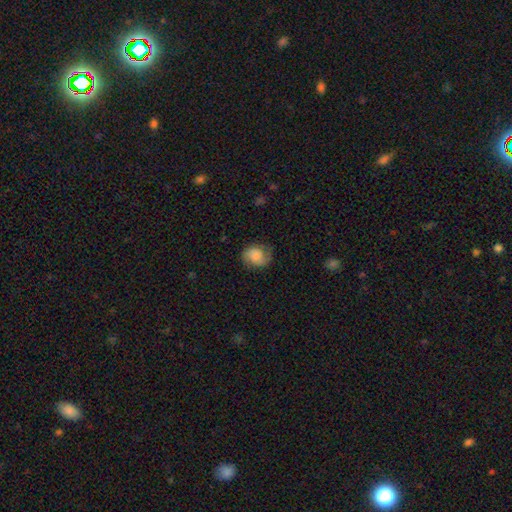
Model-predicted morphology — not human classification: Smooth or featured? smooth (52%)
How rounded? round (59%)
Merging? none (67%)